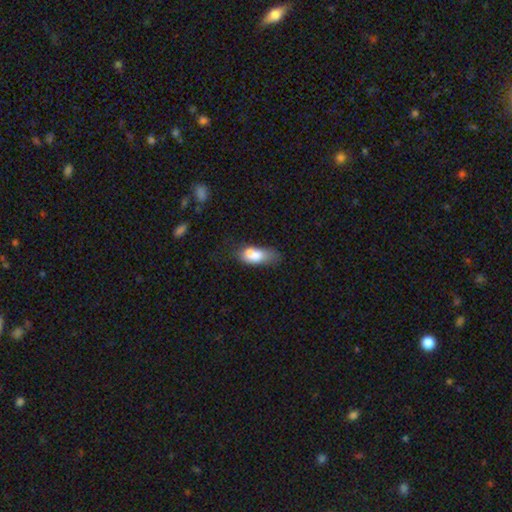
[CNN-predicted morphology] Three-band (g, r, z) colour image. It shows a smooth galaxy with no disk features (70%) that is in between round and cigar-shaped (78%). Merging: merger (35%).